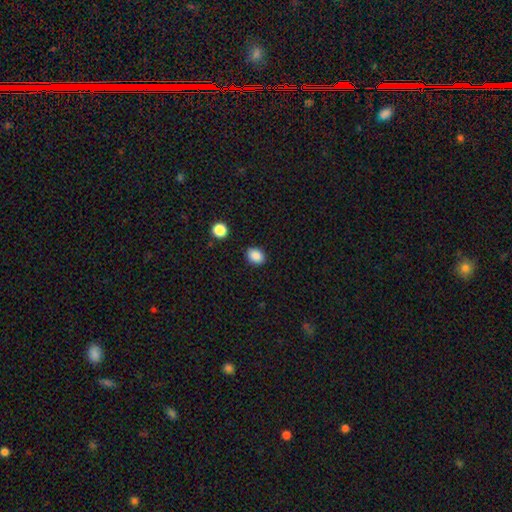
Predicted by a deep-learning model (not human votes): Smooth or featured? smooth (88%)
How rounded? in between (60%)
Merging? none (88%)